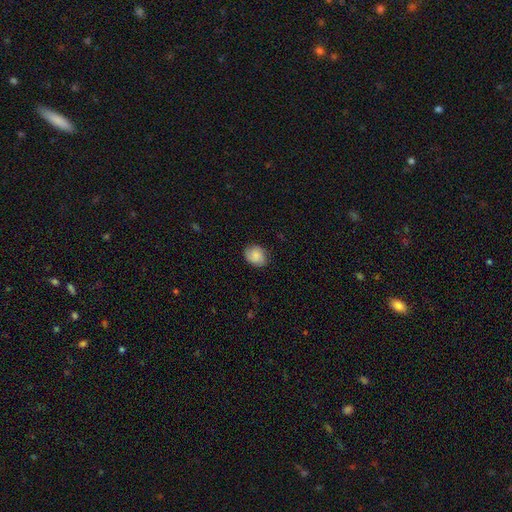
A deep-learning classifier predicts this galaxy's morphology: A smooth galaxy with no disk features (83%) that is round (51%). Merging: none (82%).